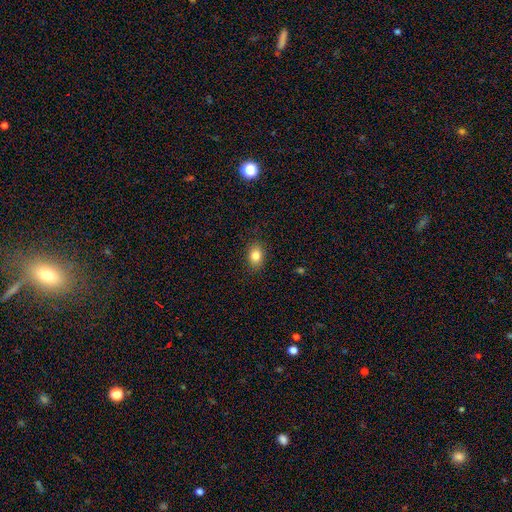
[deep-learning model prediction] The model was most divided on "how rounded": in between: 76%, round: 23%, cigar-shaped: 1%. More confident: merging — none (87%); smooth or featured — smooth (83%).